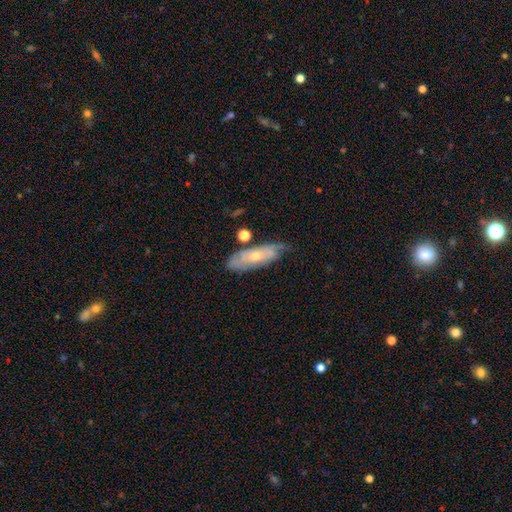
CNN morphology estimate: type=featured or disk (59%); edge-on=no (77%); merging=none (60%).